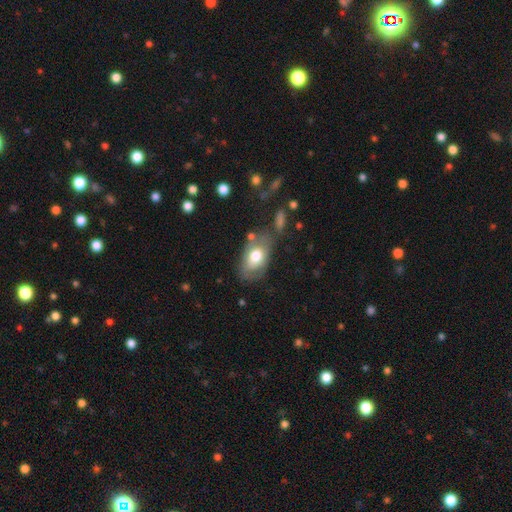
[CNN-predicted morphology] Q: Smooth or featured?
A: smooth (67%); runner-up: featured or disk (26%)
Q: How rounded?
A: in between (89%); runner-up: round (9%)
Q: Merging?
A: none (57%); runner-up: minor disturbance (24%)